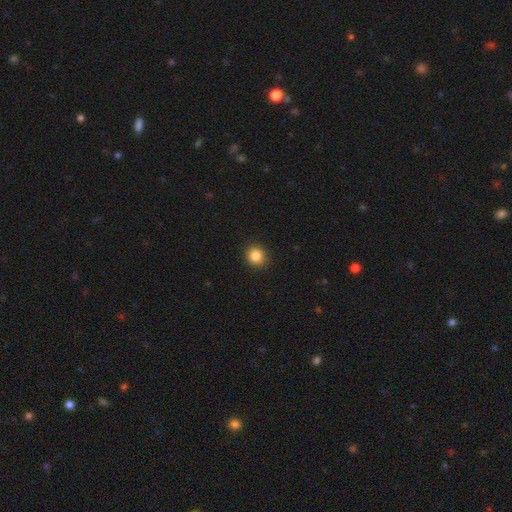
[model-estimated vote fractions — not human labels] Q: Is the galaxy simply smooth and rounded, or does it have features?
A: smooth — 85%.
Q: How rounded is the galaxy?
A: round — 86%.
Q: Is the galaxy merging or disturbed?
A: none — 89%.